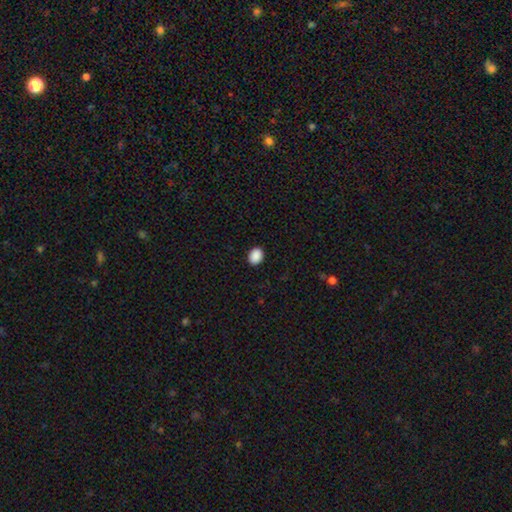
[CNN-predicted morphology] A smooth galaxy with no disk features (90%) that is in between round and cigar-shaped (59%). Merging: none (90%).